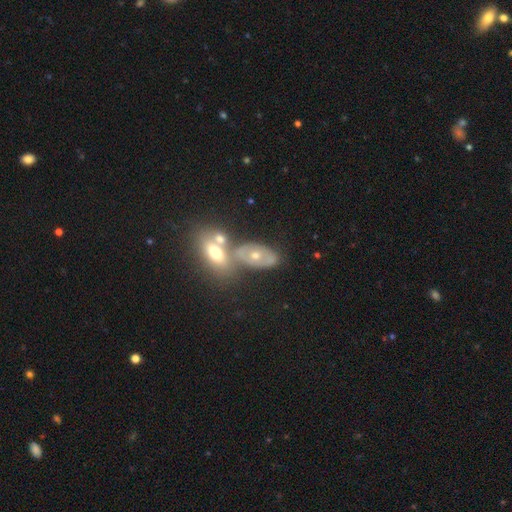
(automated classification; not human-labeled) A featured or disk galaxy (51%).

Vote fractions:
- Smooth or featured? featured or disk: 51% / smooth: 39% / star or artifact: 10%
- Edge-on disk? no: 86% / yes: 14%
- Merging? none: 46% / merger: 34% / minor disturbance: 14% / major disturbance: 7%